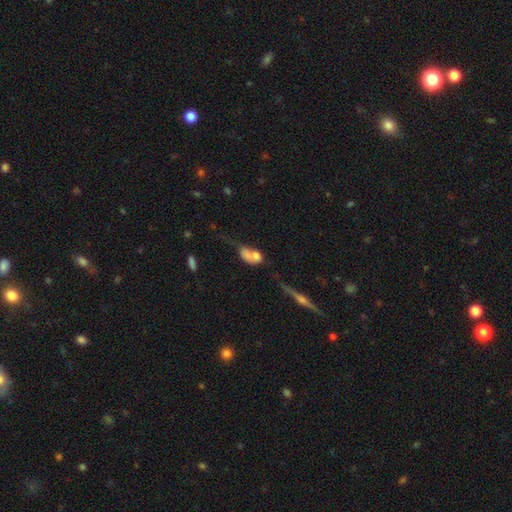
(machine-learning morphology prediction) This appears to be a smooth galaxy with no disk features (60%) that is in between round and cigar-shaped (71%). Merging: merger (57%).